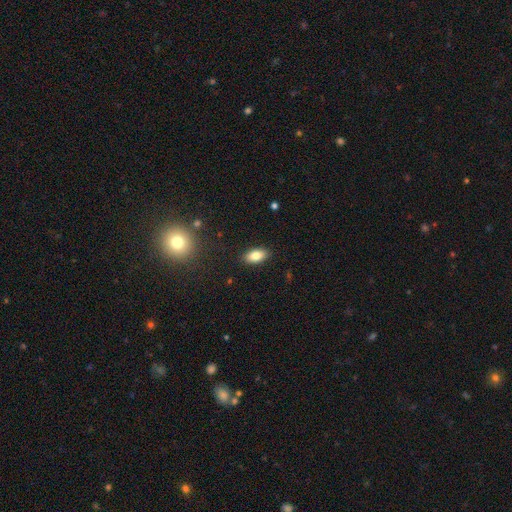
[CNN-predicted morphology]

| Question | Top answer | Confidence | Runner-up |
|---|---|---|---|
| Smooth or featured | smooth | 82% | featured or disk (9%) |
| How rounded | in between | 90% | cigar-shaped (5%) |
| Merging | none | 88% | minor disturbance (8%) |